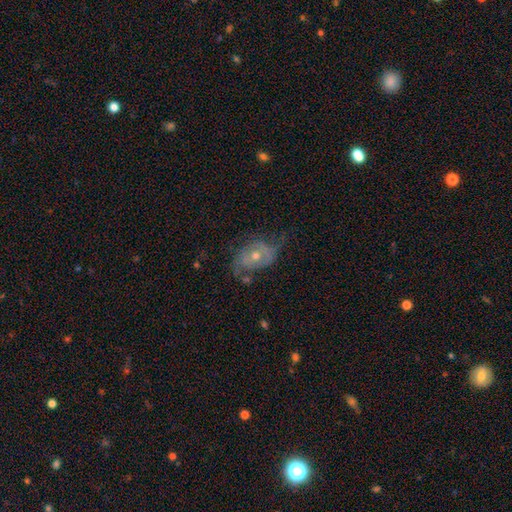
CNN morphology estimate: This is likely a featured or disk galaxy (68%). It is clearly not viewed edge-on (95%). Bar: likely no (75%). Spiral arm pattern: likely yes (69%). Central bulge: possibly moderate (57%). Merging: possibly none (49%).